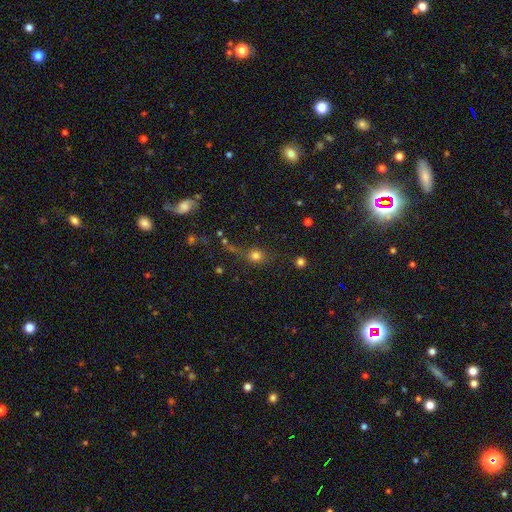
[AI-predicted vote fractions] A smooth galaxy with no disk features (75%) that is round (74%).

Vote fractions:
- Smooth or featured? smooth: 75% / star or artifact: 17% / featured or disk: 8%
- How rounded? round: 74% / in between: 23% / cigar-shaped: 2%
- Merging? none: 62% / minor disturbance: 16% / major disturbance: 11% / merger: 10%